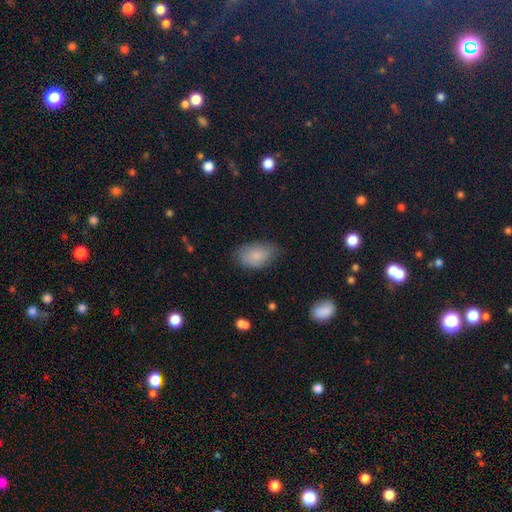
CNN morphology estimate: A smooth galaxy with no disk features (82%) that is in between round and cigar-shaped (90%). Merging: none (68%).